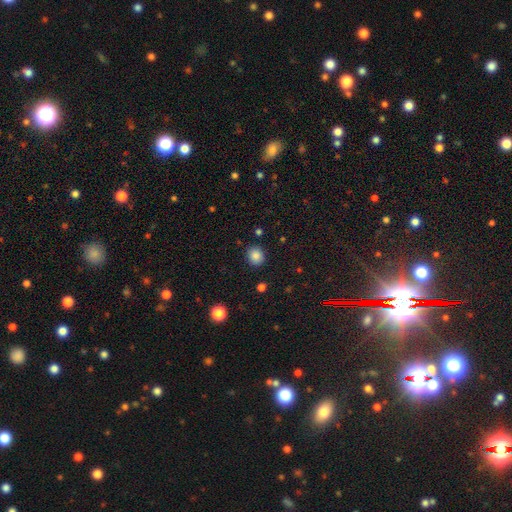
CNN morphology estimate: This is clearly a smooth galaxy (85%). How rounded: clearly round (80%). Merging: clearly none (88%).